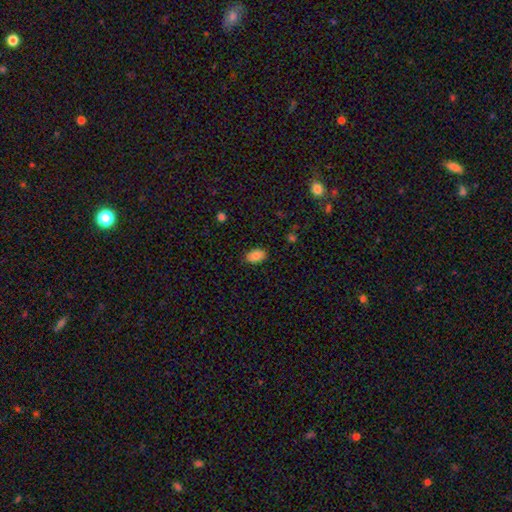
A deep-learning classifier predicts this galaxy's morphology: Smooth or featured? Predicted: smooth (p=0.85). How rounded? Predicted: in between (p=0.89). Merging? Predicted: none (p=0.83).